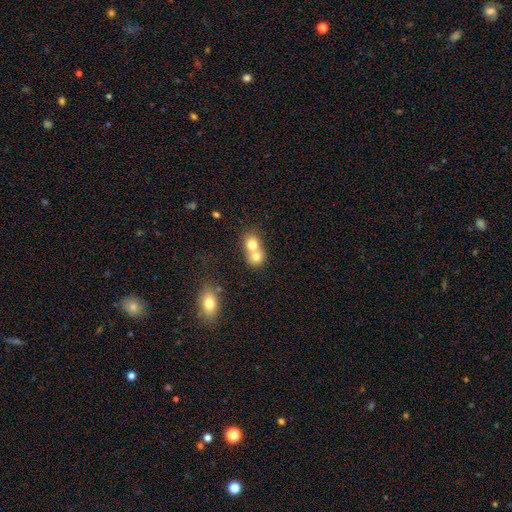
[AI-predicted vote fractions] Smooth or featured?
  - smooth: 74% *
  - featured or disk: 17%
  - star or artifact: 10%
How rounded?
  - round: 69% *
  - in between: 30%
  - cigar-shaped: 1%
Merging?
  - merger: 69% *
  - none: 24%
  - minor disturbance: 5%
  - major disturbance: 2%